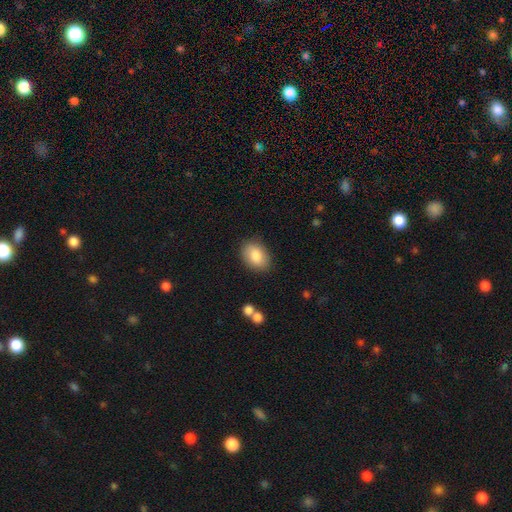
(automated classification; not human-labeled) Smooth or featured?
  - smooth: 81% *
  - featured or disk: 12%
  - star or artifact: 7%
How rounded?
  - in between: 79% *
  - round: 20%
  - cigar-shaped: 1%
Merging?
  - none: 85% *
  - minor disturbance: 10%
  - major disturbance: 2%
  - merger: 2%